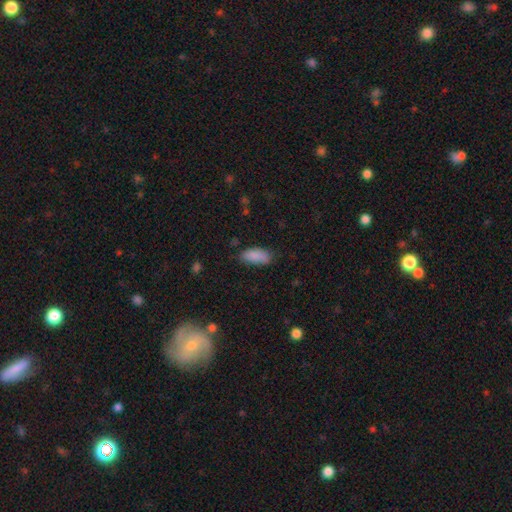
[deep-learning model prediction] This is clearly a smooth galaxy (87%). How rounded: clearly in between (86%). Merging: likely none (70%).